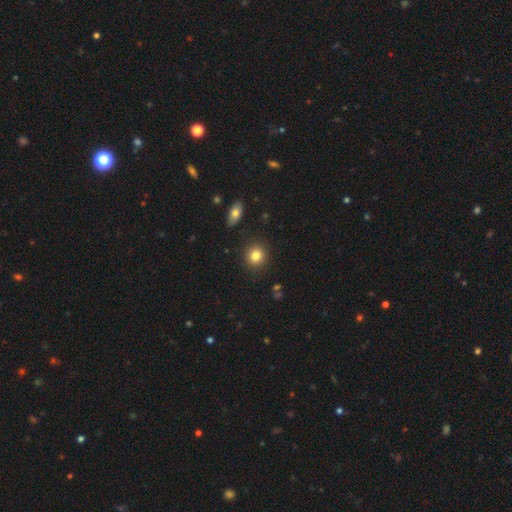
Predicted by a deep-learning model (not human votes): Smooth or featured? Predicted: smooth (p=0.83). How rounded? Predicted: round (p=0.86). Merging? Predicted: none (p=0.89).